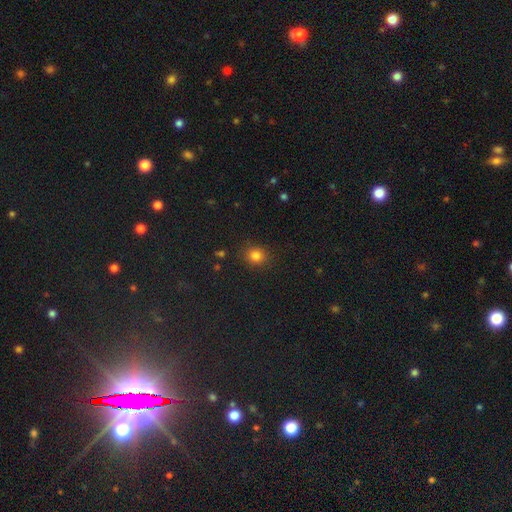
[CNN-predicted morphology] The model was most divided on "how rounded": round: 77%, in between: 22%, cigar-shaped: 1%. More confident: merging — none (86%); smooth or featured — smooth (81%).